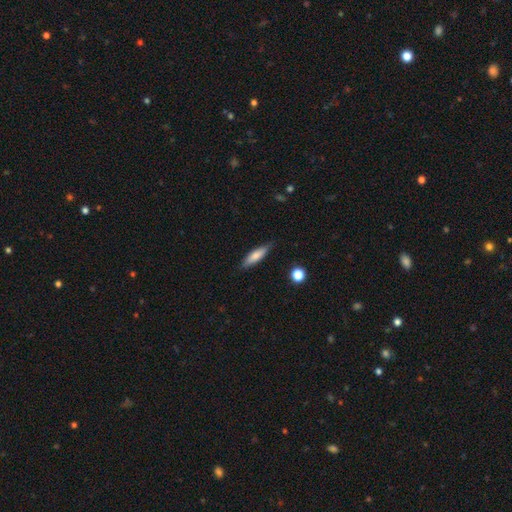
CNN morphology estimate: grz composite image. It shows a smooth galaxy with no disk features (73%) that is cigar-shaped (63%). Merging: none (81%).